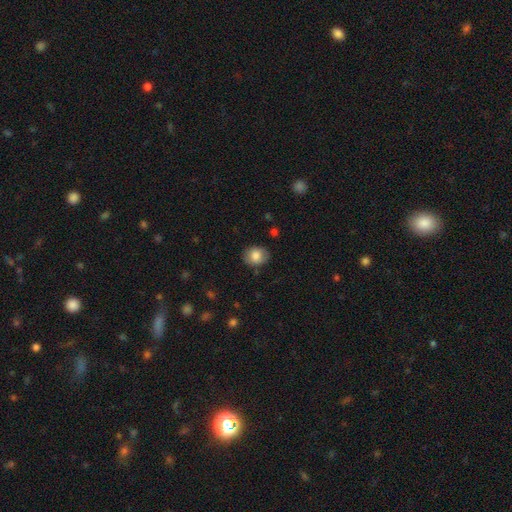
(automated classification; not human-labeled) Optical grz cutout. It shows a smooth galaxy with no disk features (80%) that is round (52%). Merging: none (82%).